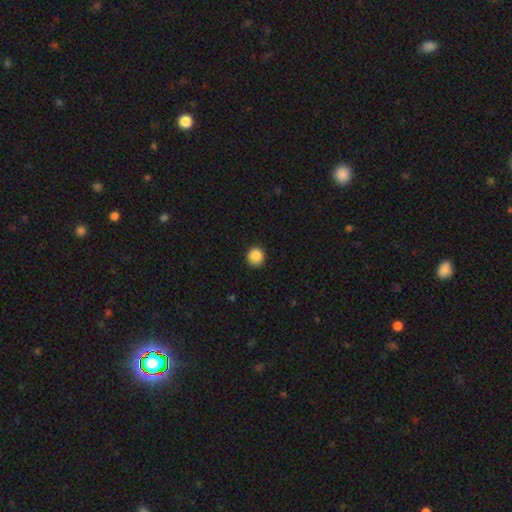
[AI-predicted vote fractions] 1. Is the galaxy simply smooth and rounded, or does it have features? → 88% smooth, 9% star or artifact, 3% featured or disk.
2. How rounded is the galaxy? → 94% round, 5% in between, 1% cigar-shaped.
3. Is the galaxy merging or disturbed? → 91% none, 6% minor disturbance, 2% major disturbance, 1% merger.